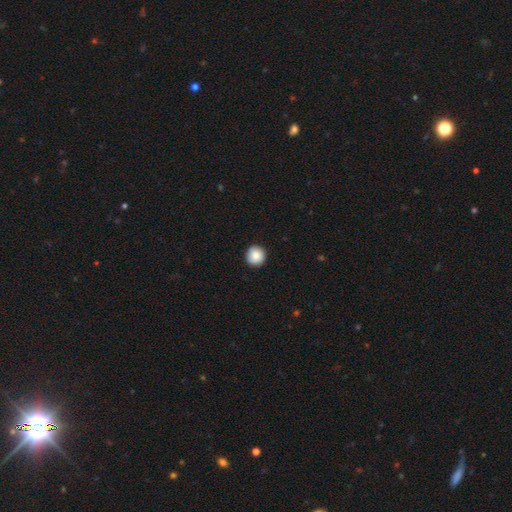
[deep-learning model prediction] Smooth or featured? smooth (87%)
How rounded? round (95%)
Merging? none (92%)